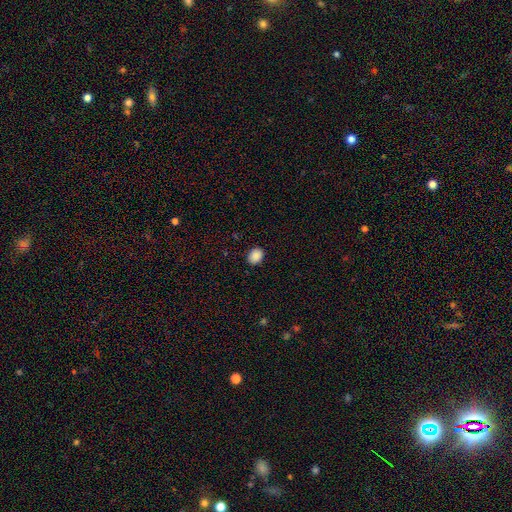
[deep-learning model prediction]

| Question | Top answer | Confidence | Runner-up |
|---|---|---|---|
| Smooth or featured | smooth | 89% | star or artifact (9%) |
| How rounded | in between | 54% | round (45%) |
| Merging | none | 89% | minor disturbance (8%) |